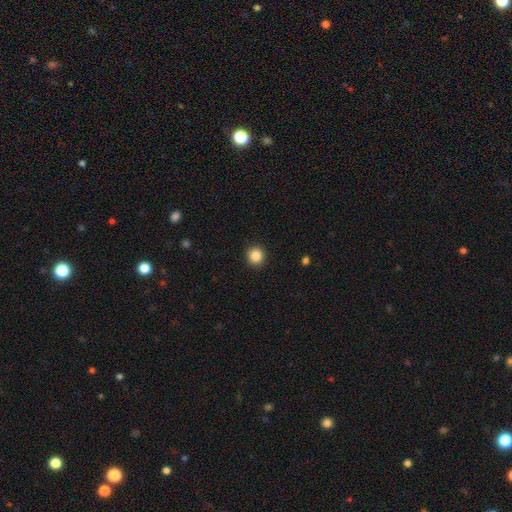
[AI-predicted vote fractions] Smooth or featured? Predicted: smooth (p=0.87). How rounded? Predicted: round (p=0.92). Merging? Predicted: none (p=0.92).